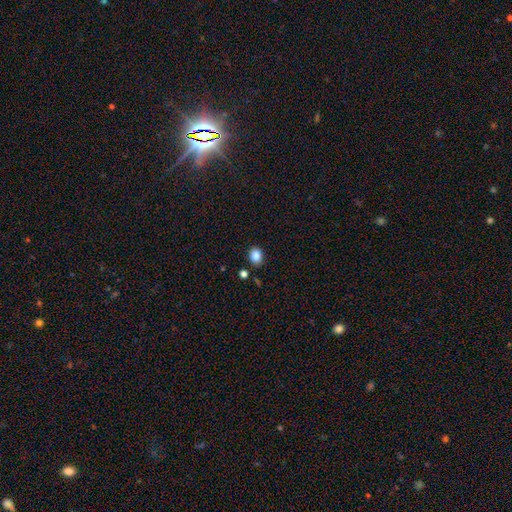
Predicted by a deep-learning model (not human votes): Smooth or featured? smooth (85%)
How rounded? round (53%)
Merging? none (85%)